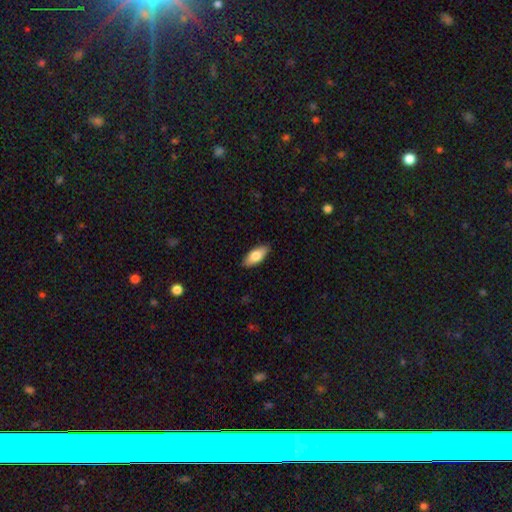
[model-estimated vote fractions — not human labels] A smooth galaxy with no disk features (78%) that is in between round and cigar-shaped (87%). Merging: none (88%).